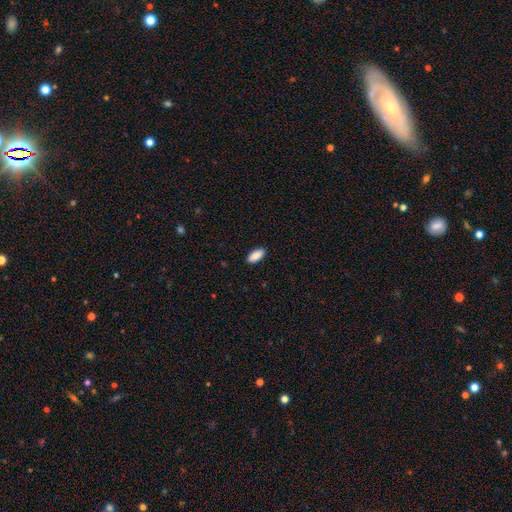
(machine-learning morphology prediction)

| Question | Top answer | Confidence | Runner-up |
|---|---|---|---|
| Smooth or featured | smooth | 89% | star or artifact (6%) |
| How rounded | in between | 88% | cigar-shaped (10%) |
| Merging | none | 90% | minor disturbance (7%) |